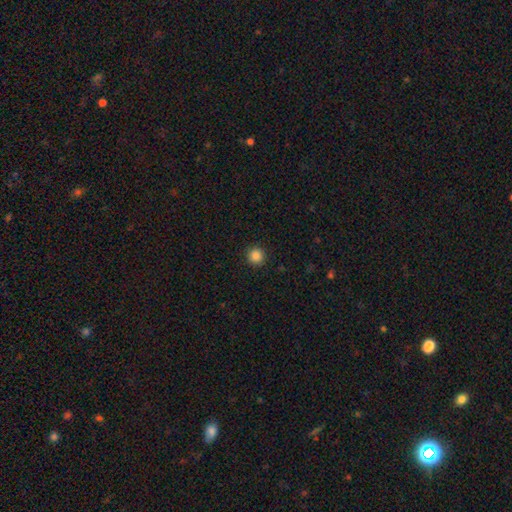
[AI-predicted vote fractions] Smooth or featured?
  - smooth: 86% *
  - star or artifact: 11%
  - featured or disk: 3%
How rounded?
  - round: 95% *
  - in between: 4%
  - cigar-shaped: 1%
Merging?
  - none: 93% *
  - minor disturbance: 5%
  - major disturbance: 2%
  - merger: 1%